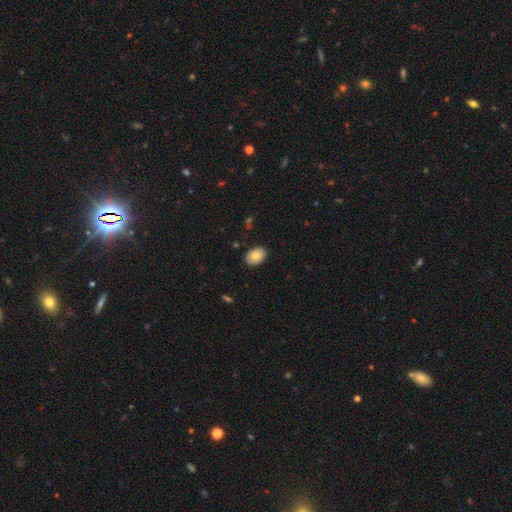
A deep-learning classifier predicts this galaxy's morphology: A smooth galaxy with no disk features (80%) that is in between round and cigar-shaped (80%).

Vote fractions:
- Smooth or featured? smooth: 80% / featured or disk: 13% / star or artifact: 7%
- How rounded? in between: 80% / round: 19% / cigar-shaped: 1%
- Merging? none: 87% / minor disturbance: 10% / major disturbance: 2% / merger: 1%